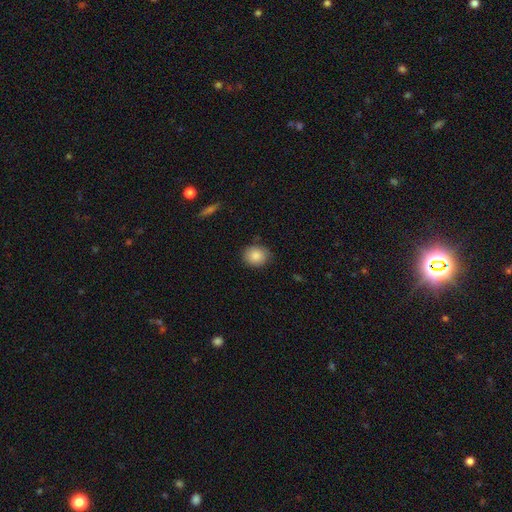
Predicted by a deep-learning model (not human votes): smooth_or_featured: smooth (p=0.87) [alt: star or artifact p=0.08]
how_rounded: round (p=0.67) [alt: in between p=0.32]
merging: none (p=0.83) [alt: minor disturbance p=0.14]